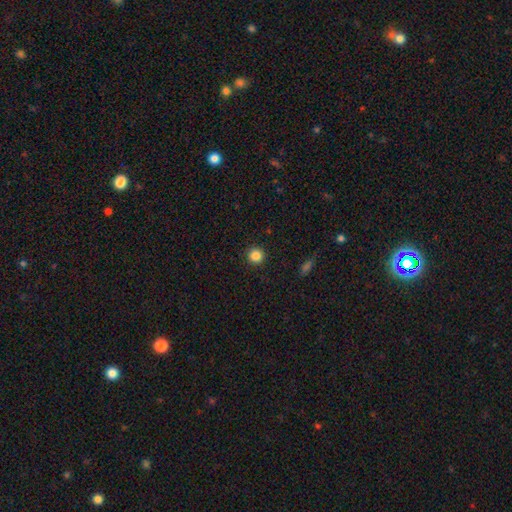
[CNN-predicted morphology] This is clearly a smooth galaxy (86%). How rounded: clearly round (95%). Merging: clearly none (92%).